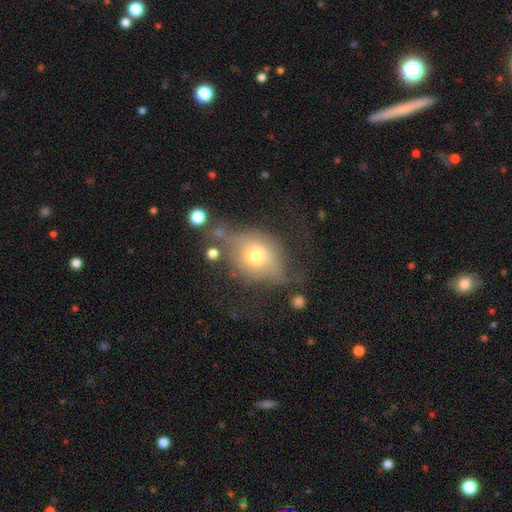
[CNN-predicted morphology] smooth-or-featured: smooth: 52% | featured or disk: 36% | star or artifact: 12%
  how-rounded: round: 57% | in between: 41% | cigar-shaped: 2%
  merging: none: 41% | minor disturbance: 28% | major disturbance: 25% | merger: 5%